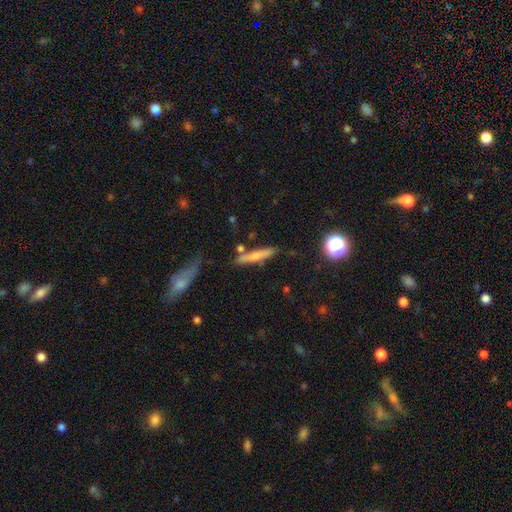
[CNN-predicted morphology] Smooth or featured? smooth (61%)
How rounded? cigar-shaped (89%)
Merging? none (75%)